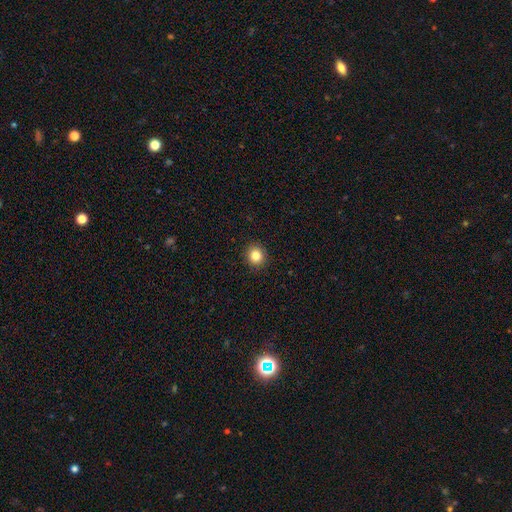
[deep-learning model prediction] Q: Smooth or featured?
A: smooth (84%); runner-up: star or artifact (11%)
Q: How rounded?
A: round (87%); runner-up: in between (12%)
Q: Merging?
A: none (92%); runner-up: minor disturbance (6%)